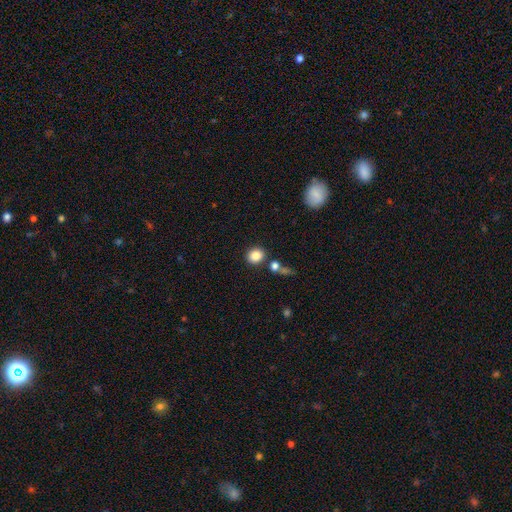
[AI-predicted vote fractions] Morphology: type=smooth (84%); roundness=round (79%); merging=none (79%).